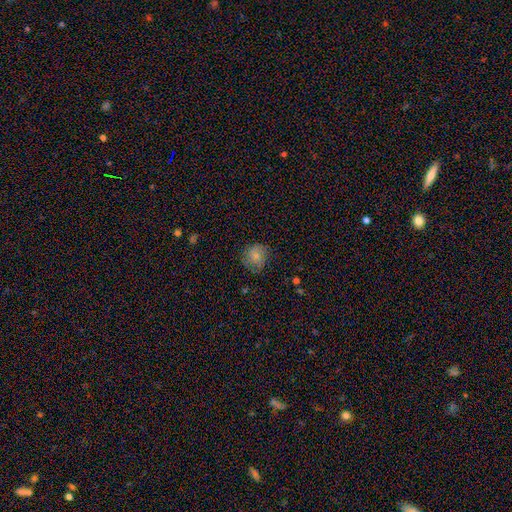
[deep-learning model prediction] Smooth or featured?
  - smooth: 78% *
  - featured or disk: 13%
  - star or artifact: 9%
How rounded?
  - round: 85% *
  - in between: 14%
  - cigar-shaped: 1%
Merging?
  - none: 76% *
  - minor disturbance: 19%
  - major disturbance: 5%
  - merger: 1%